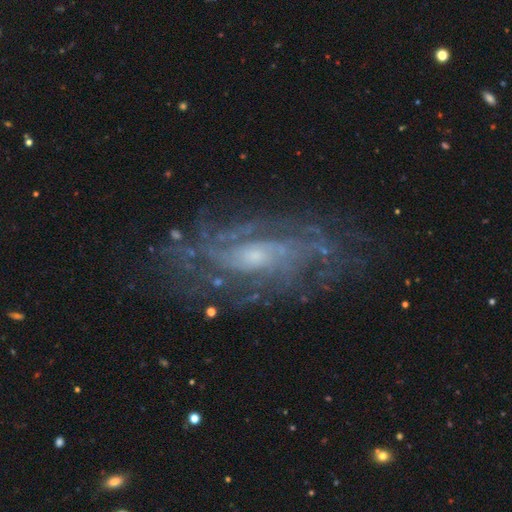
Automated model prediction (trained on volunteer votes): This appears to be a featured or disk galaxy (85%) with no bar (63%), tight (52%) spiral arms (93%) and a small central bulge (59%). Merging: none (74%).